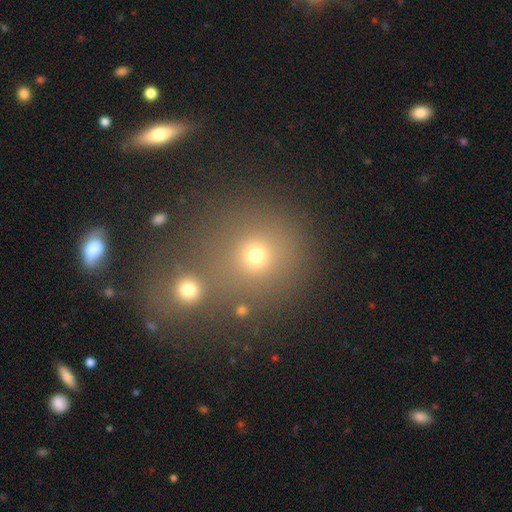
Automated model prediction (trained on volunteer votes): Q: Smooth or featured?
A: smooth (67%); runner-up: star or artifact (23%)
Q: How rounded?
A: round (90%); runner-up: in between (9%)
Q: Merging?
A: none (65%); runner-up: merger (23%)